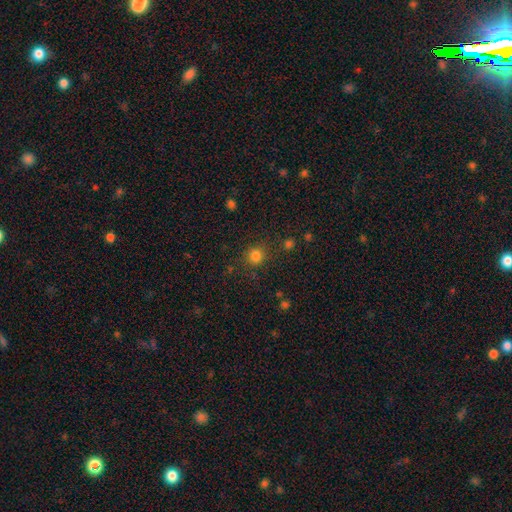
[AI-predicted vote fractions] Smooth or featured? smooth (81%)
How rounded? round (89%)
Merging? none (84%)